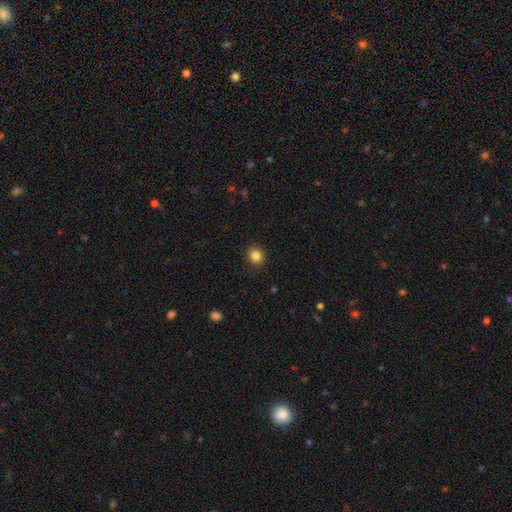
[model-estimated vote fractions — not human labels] Q: Smooth or featured?
A: smooth (85%); runner-up: star or artifact (11%)
Q: How rounded?
A: round (86%); runner-up: in between (13%)
Q: Merging?
A: none (89%); runner-up: minor disturbance (8%)